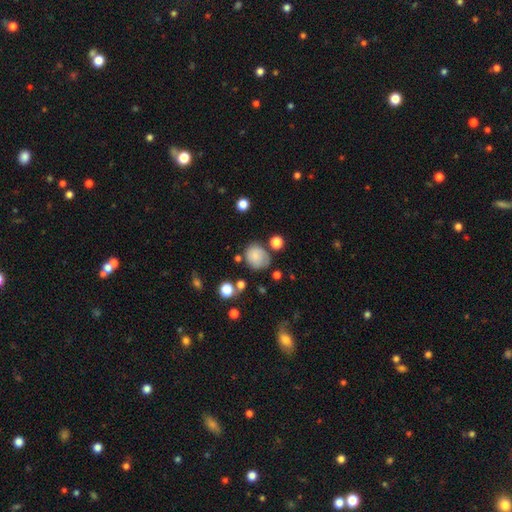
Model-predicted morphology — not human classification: smooth 71%, featured or disk 19%, star or artifact 10%. Down the decision tree: how rounded — round (67%); merging — none (61%).